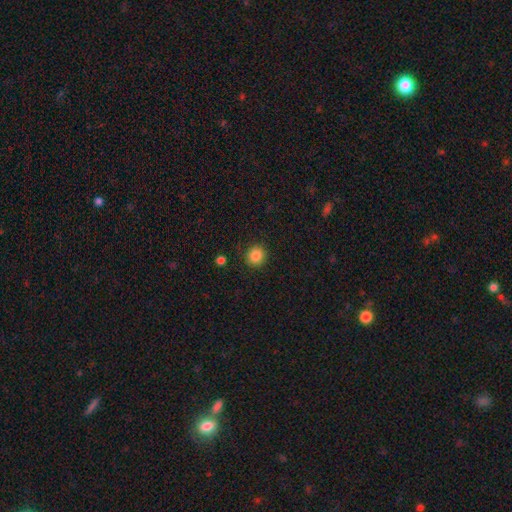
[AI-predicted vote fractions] This appears to be a smooth galaxy with no disk features (85%) that is round (90%). Merging: none (89%).